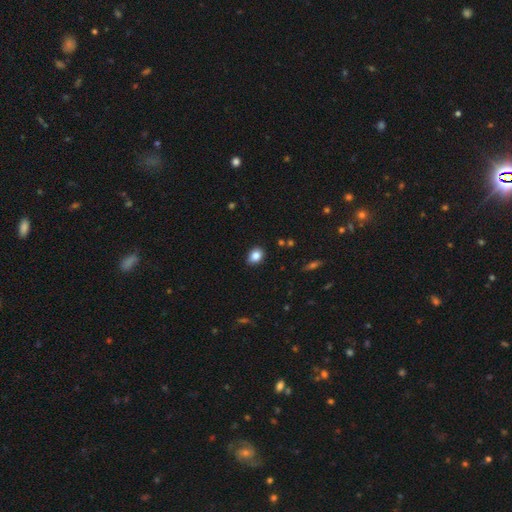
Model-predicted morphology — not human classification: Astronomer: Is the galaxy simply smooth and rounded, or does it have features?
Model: smooth — 85%.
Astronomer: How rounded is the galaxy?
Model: in between — 61% (runner-up: round, 38%).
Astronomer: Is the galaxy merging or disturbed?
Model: none — 85%.